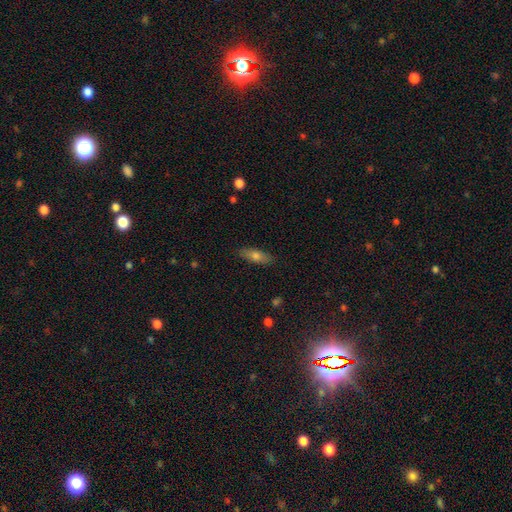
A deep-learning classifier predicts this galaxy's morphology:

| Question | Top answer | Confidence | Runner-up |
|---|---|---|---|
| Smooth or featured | smooth | 69% | featured or disk (24%) |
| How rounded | in between | 59% | cigar-shaped (37%) |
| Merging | none | 87% | minor disturbance (10%) |